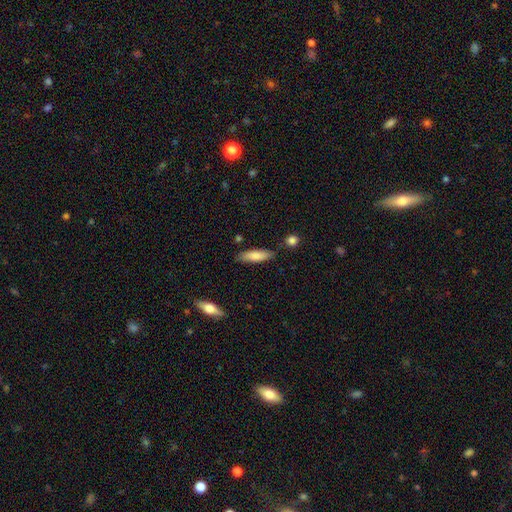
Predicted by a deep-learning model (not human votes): smooth 81%, featured or disk 13%, star or artifact 6%. Down the decision tree: how rounded — cigar-shaped (57%); merging — none (79%).